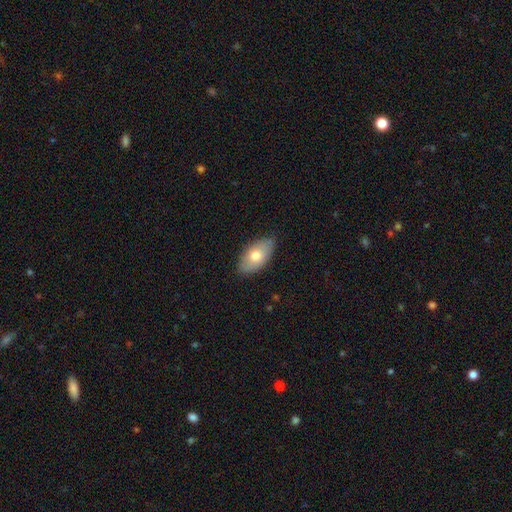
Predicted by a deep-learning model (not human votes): This is likely a smooth galaxy (72%). How rounded: clearly in between (93%). Merging: clearly none (82%).